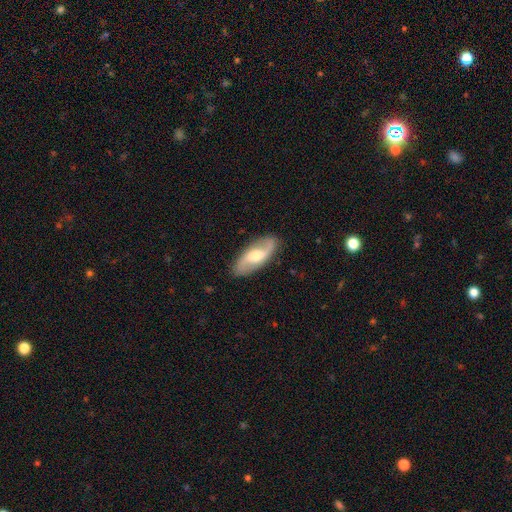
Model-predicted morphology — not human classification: This appears to be a featured or disk galaxy (72%) with no bar (44%), 2 (90%) loose (62%) spiral arms (90%) and a moderate central bulge (66%). Merging: none (86%).